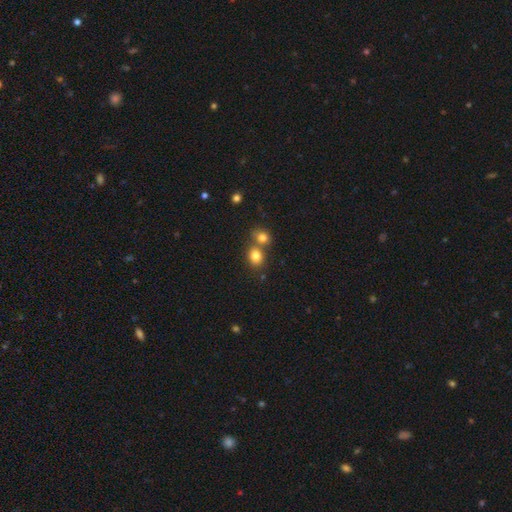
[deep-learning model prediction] Overall: smooth (82%). How rounded: round (60%; in between 39%). Merging: none (50%; merger 39%).